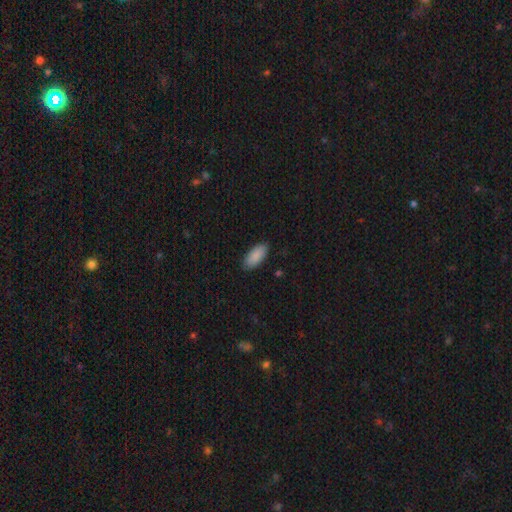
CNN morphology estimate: Smooth or featured?
  - smooth: 90% *
  - star or artifact: 6%
  - featured or disk: 5%
How rounded?
  - in between: 90% *
  - cigar-shaped: 8%
  - round: 2%
Merging?
  - none: 87% *
  - minor disturbance: 10%
  - major disturbance: 2%
  - merger: 1%